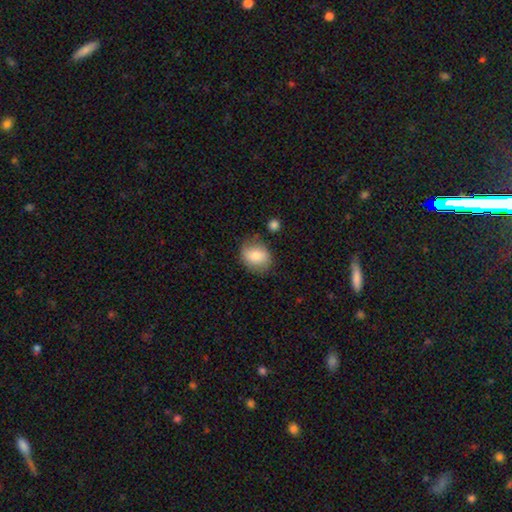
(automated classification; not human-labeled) Smooth or featured? Predicted: smooth (p=0.77). How rounded? Predicted: round (p=0.56). Merging? Predicted: none (p=0.73).